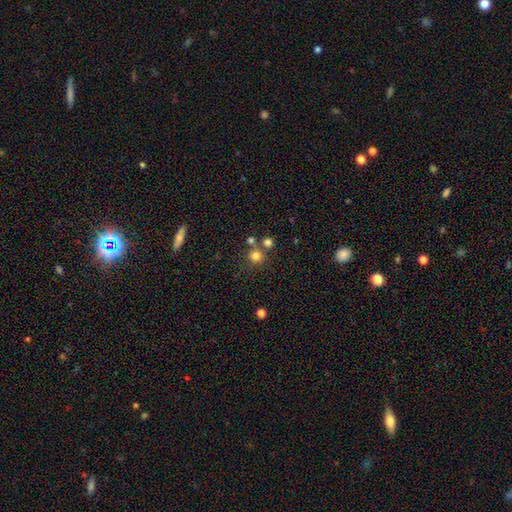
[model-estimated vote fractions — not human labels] Smooth or featured: smooth — 77% (star or artifact — 16%)
How rounded: round — 91% (in between — 8%)
Merging: none — 67% (merger — 22%)